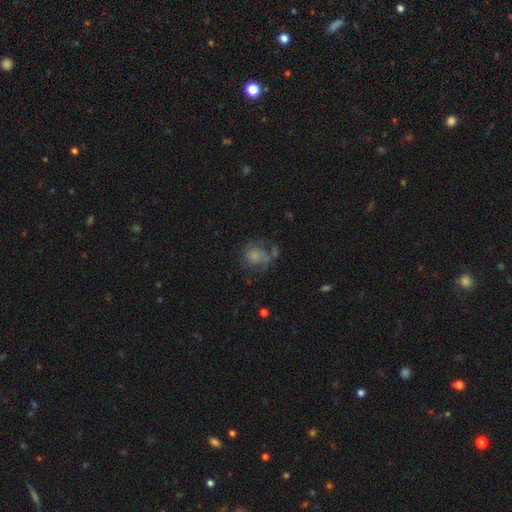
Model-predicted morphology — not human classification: A smooth galaxy with no disk features (46%).

Vote fractions:
- Smooth or featured? smooth: 46% / featured or disk: 41% / star or artifact: 12%
- Merging? none: 36% / major disturbance: 33% / minor disturbance: 21% / merger: 11%